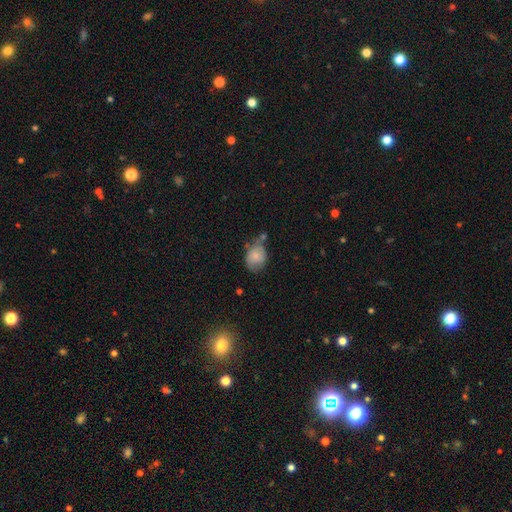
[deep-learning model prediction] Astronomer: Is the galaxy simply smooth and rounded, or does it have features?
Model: smooth — 69%.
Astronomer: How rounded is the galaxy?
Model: in between — 54% (runner-up: round, 44%).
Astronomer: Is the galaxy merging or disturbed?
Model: none — 42% (runner-up: minor disturbance, 31%).